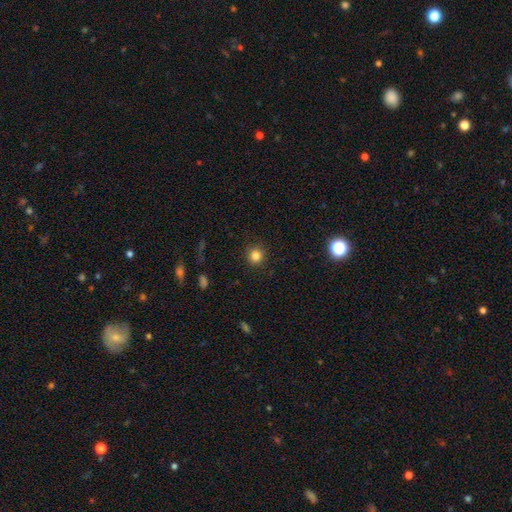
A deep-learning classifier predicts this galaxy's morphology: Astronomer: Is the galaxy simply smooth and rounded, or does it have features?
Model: smooth — 83%.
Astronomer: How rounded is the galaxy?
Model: round — 93%.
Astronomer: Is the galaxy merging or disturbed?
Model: none — 90%.